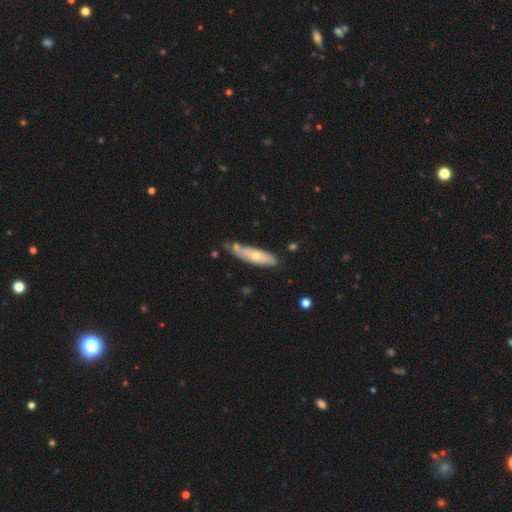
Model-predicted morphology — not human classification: Smooth or featured?
  - smooth: 52% *
  - featured or disk: 42%
  - star or artifact: 6%
How rounded?
  - cigar-shaped: 61% *
  - in between: 37%
  - round: 2%
Merging?
  - none: 51% *
  - minor disturbance: 28%
  - merger: 14%
  - major disturbance: 7%